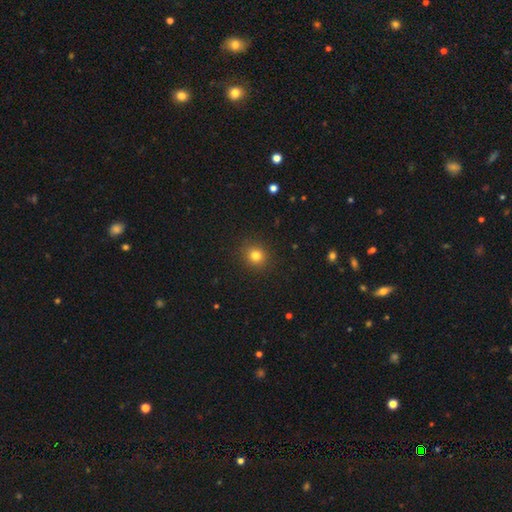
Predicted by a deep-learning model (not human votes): Smooth or featured? Predicted: smooth (p=0.80). How rounded? Predicted: round (p=0.87). Merging? Predicted: none (p=0.91).